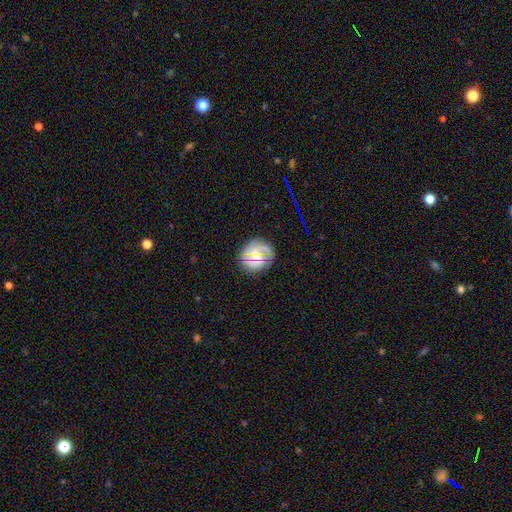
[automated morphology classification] Overall: featured or disk (48%; smooth 38%). Merging: none (78%).